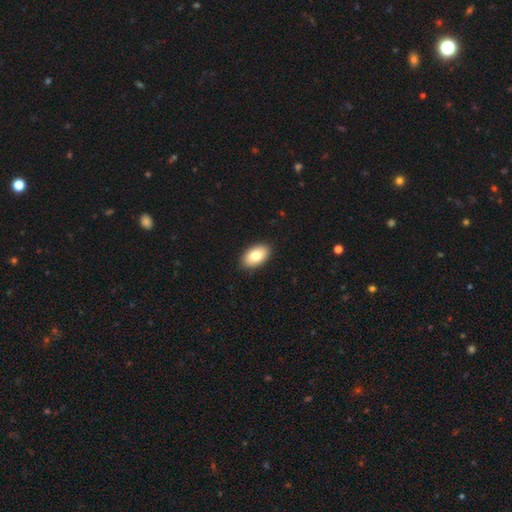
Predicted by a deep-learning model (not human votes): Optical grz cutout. It shows a smooth galaxy with no disk features (81%) that is in between round and cigar-shaped (93%). Merging: none (90%).